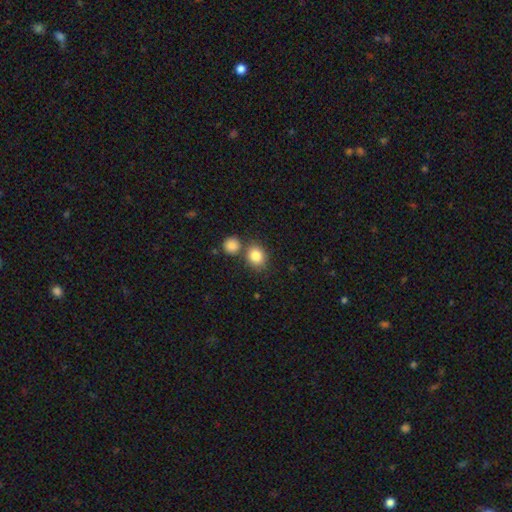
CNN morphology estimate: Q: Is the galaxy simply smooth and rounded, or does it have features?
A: smooth — 83%.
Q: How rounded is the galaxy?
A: round — 63%.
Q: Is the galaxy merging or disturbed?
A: none — 64%.